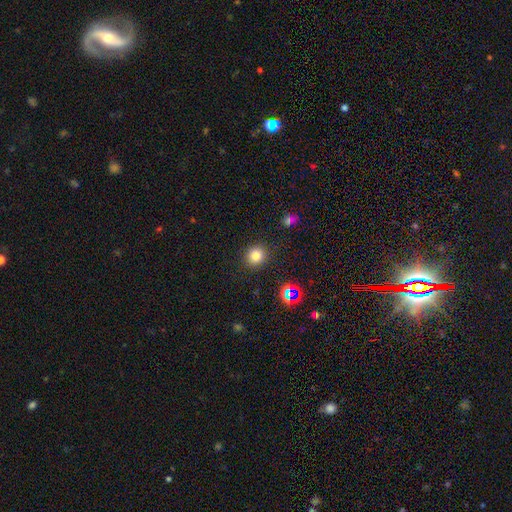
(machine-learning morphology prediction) This is likely a smooth galaxy (78%). How rounded: clearly round (84%). Merging: clearly none (88%).